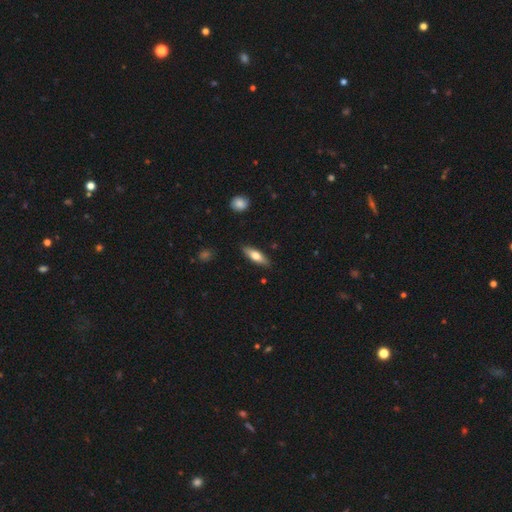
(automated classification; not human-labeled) smooth-or-featured: smooth: 63% | featured or disk: 32% | star or artifact: 6%
  how-rounded: in between: 49% | cigar-shaped: 48% | round: 2%
  merging: none: 87% | minor disturbance: 10% | major disturbance: 2% | merger: 1%